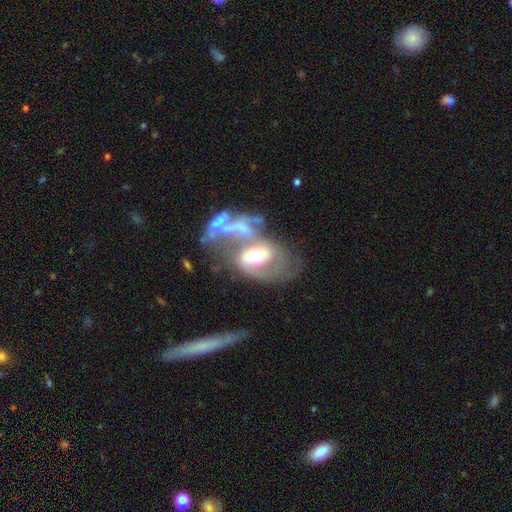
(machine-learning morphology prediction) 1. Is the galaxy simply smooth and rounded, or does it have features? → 68% featured or disk, 23% smooth, 9% star or artifact.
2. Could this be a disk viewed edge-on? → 95% no, 5% yes.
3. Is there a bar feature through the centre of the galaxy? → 51% no, 27% weak, 21% strong.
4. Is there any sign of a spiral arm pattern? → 51% no, 49% yes.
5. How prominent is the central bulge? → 66% moderate, 15% large, 13% small, 3% none, 3% dominant.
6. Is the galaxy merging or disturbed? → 46% merger, 23% major disturbance, 20% none, 11% minor disturbance.